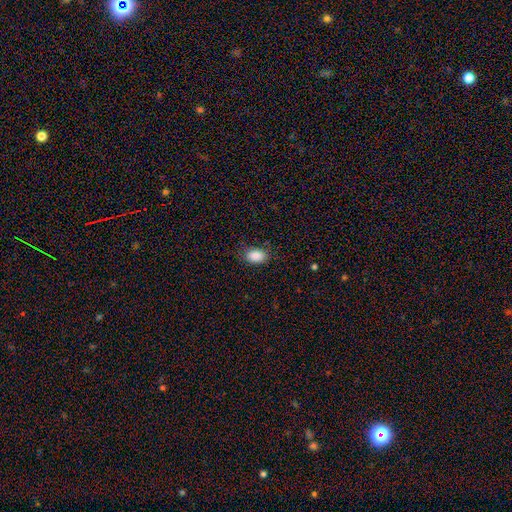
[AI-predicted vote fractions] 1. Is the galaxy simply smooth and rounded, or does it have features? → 88% smooth, 8% star or artifact, 4% featured or disk.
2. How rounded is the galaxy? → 87% in between, 11% round, 1% cigar-shaped.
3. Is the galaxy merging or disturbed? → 79% none, 16% minor disturbance, 4% major disturbance, 1% merger.